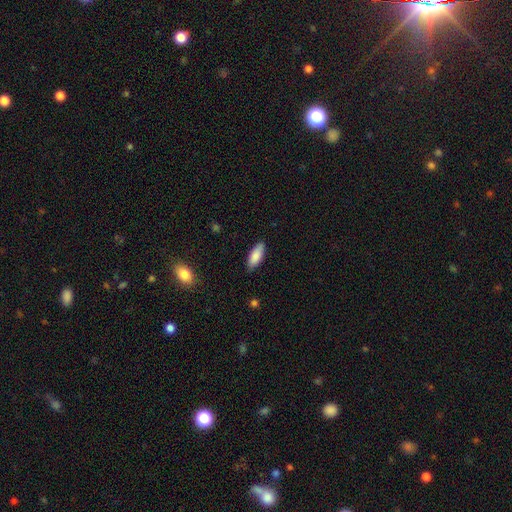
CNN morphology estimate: A smooth galaxy with no disk features (87%) that is in between round and cigar-shaped (76%). Merging: none (85%).